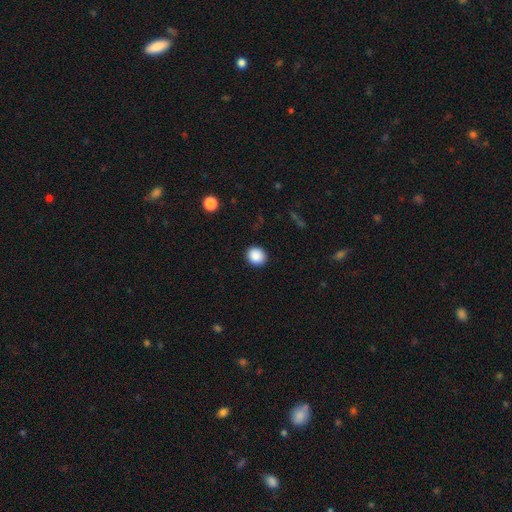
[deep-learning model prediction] smooth-or-featured: smooth: 89% | star or artifact: 8% | featured or disk: 3%
  how-rounded: round: 76% | in between: 23% | cigar-shaped: 1%
  merging: none: 91% | minor disturbance: 6% | major disturbance: 2% | merger: 1%